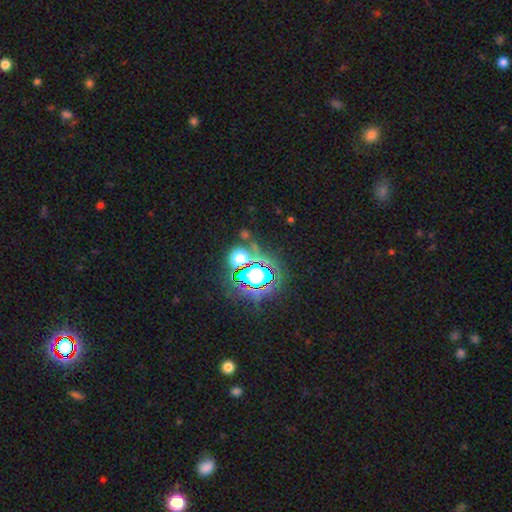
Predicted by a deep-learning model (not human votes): This is likely a star or artifact rather than a galaxy (75%).